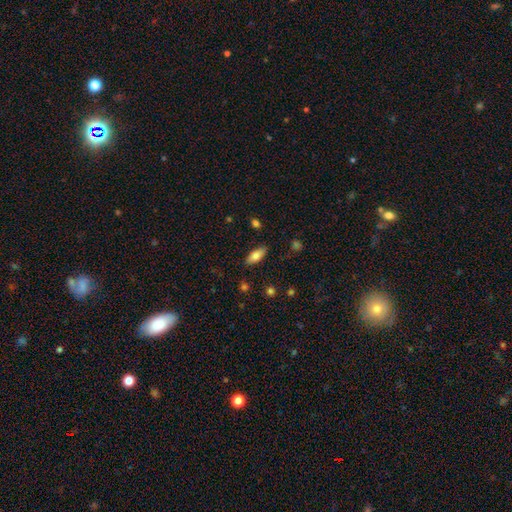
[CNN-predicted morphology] Q: Smooth or featured?
A: smooth (79%); runner-up: featured or disk (14%)
Q: How rounded?
A: in between (77%); runner-up: cigar-shaped (21%)
Q: Merging?
A: none (85%); runner-up: minor disturbance (11%)